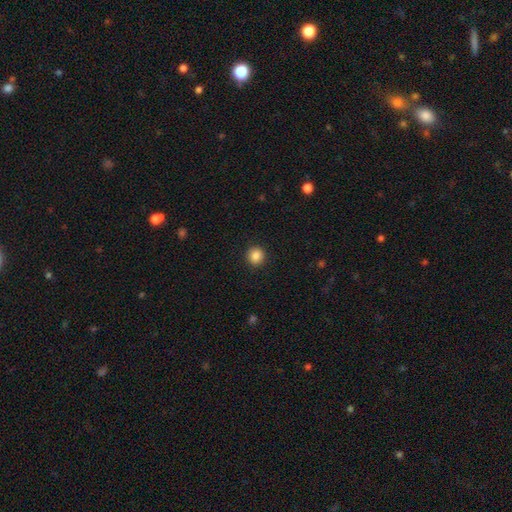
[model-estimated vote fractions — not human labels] Smooth or featured? smooth (86%)
How rounded? round (91%)
Merging? none (92%)